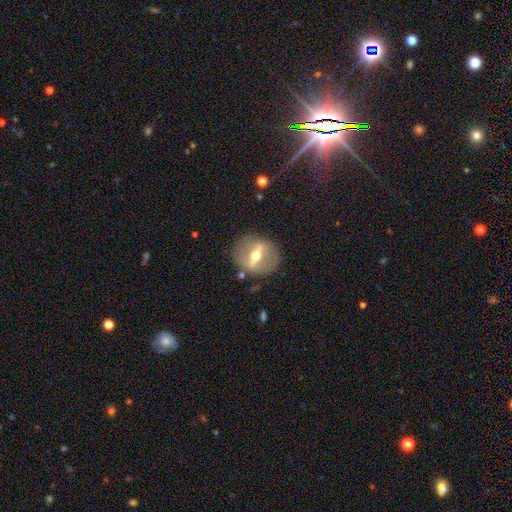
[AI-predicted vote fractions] Smooth or featured? featured or disk (70%)
Edge-on disk? no (71%)
Merging? none (83%)